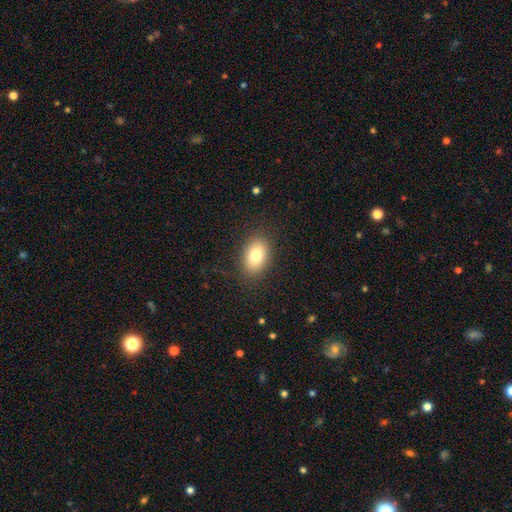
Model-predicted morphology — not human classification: This is likely a smooth galaxy (80%). How rounded: clearly in between (85%). Merging: clearly none (86%).